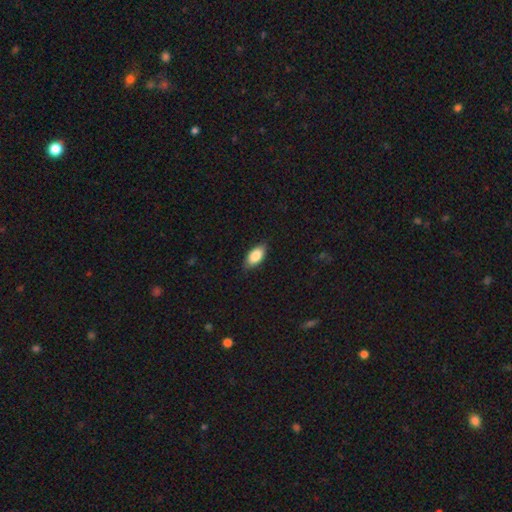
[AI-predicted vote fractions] A smooth galaxy with no disk features (84%) that is in between round and cigar-shaped (91%). Merging: none (85%).